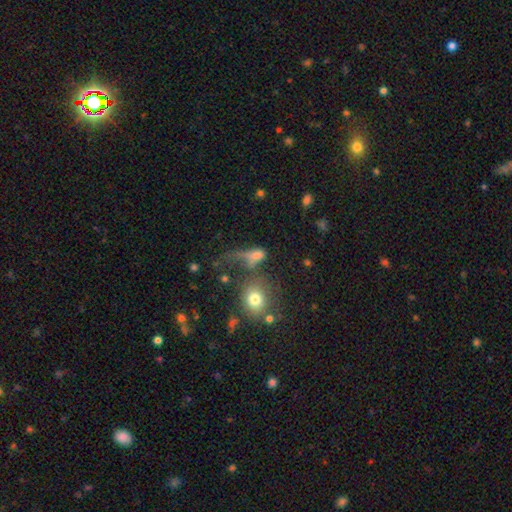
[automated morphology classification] This is likely a smooth galaxy (62%). How rounded: possibly in between (55%). Merging: marginally major disturbance (39%).